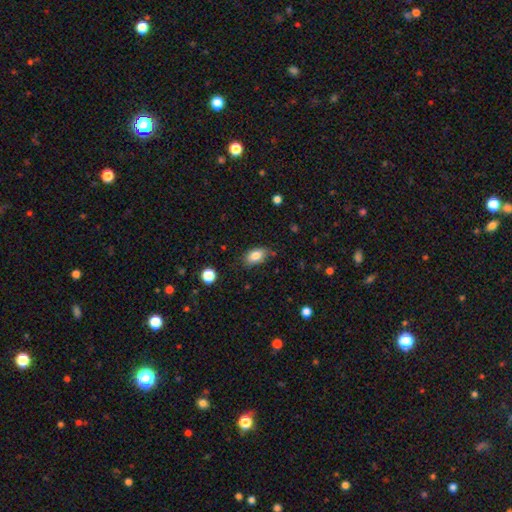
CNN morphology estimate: Smooth or featured: smooth — 83% (featured or disk — 8%)
How rounded: in between — 90% (round — 8%)
Merging: none — 77% (minor disturbance — 17%)